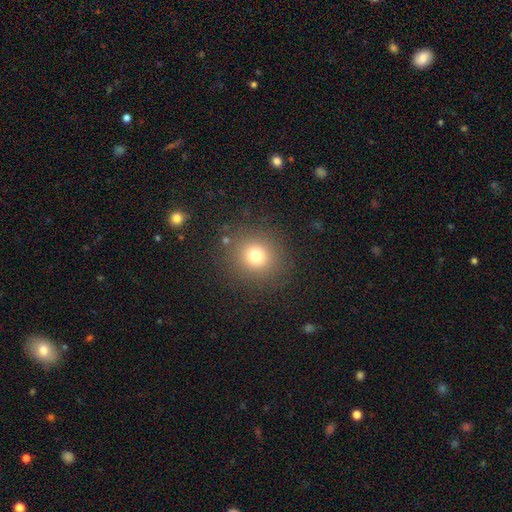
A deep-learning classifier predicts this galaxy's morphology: This appears to be a smooth galaxy with no disk features (74%) that is round (90%). Merging: none (87%).